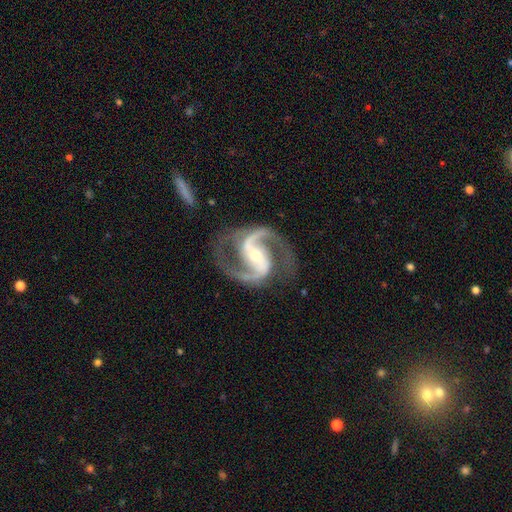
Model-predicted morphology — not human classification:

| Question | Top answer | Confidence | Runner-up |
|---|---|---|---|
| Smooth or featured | featured or disk | 94% | star or artifact (4%) |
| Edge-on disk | no | 98% | yes (2%) |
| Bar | strong | 47% | weak (32%) |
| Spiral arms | yes | 99% | no (1%) |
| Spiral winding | medium | 67% | loose (18%) |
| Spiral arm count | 2 | 94% | 3 (1%) |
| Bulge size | small | 55% | moderate (41%) |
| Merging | none | 80% | minor disturbance (12%) |